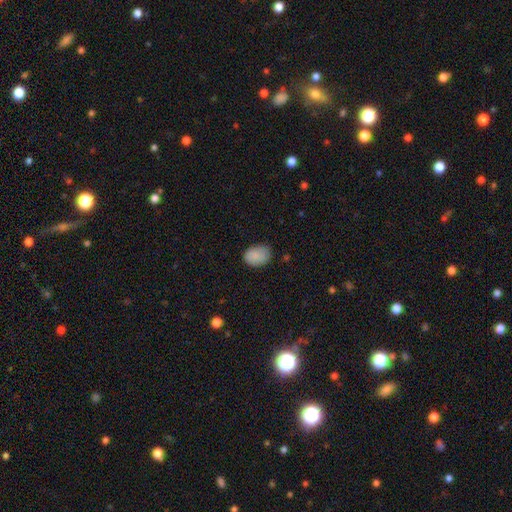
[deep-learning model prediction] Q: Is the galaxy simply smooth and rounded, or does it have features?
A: smooth — 86%.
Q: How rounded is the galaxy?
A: in between — 78%.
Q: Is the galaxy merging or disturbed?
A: none — 69%.